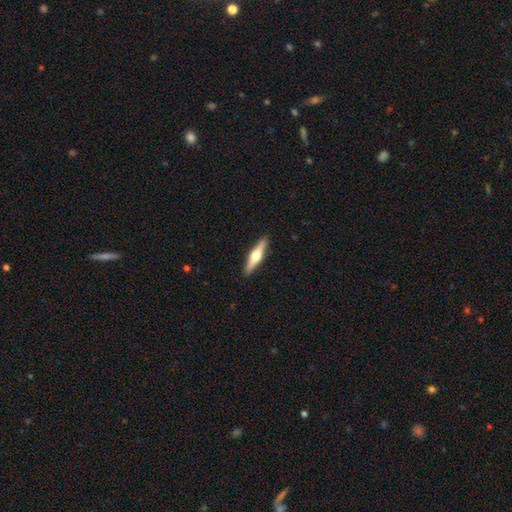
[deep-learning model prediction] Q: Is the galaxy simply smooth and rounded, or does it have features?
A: featured or disk — 60%.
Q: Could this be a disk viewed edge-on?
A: yes — 96%.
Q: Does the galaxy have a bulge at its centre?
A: rounded — 95%.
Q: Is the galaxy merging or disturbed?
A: none — 91%.